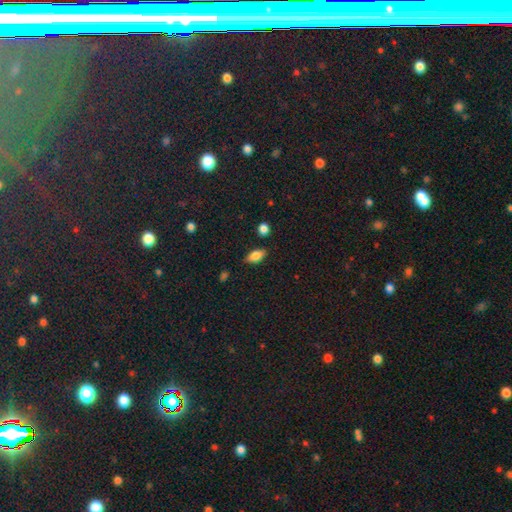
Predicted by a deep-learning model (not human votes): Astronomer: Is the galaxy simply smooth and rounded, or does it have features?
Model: smooth — 79%.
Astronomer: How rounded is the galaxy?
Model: in between — 88%.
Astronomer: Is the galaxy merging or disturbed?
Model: none — 81%.